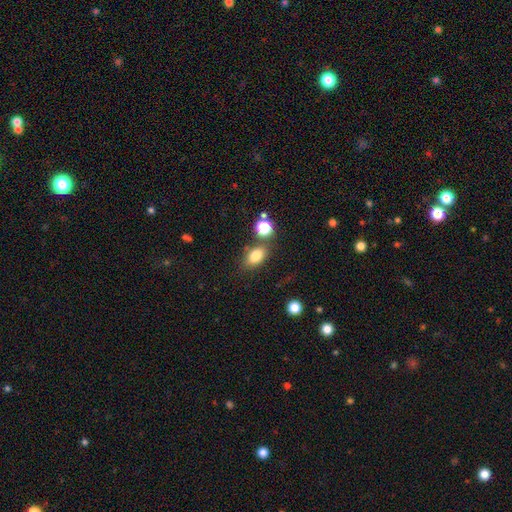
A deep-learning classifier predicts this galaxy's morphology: Smooth or featured? Predicted: smooth (p=0.80). How rounded? Predicted: in between (p=0.81). Merging? Predicted: none (p=0.72).